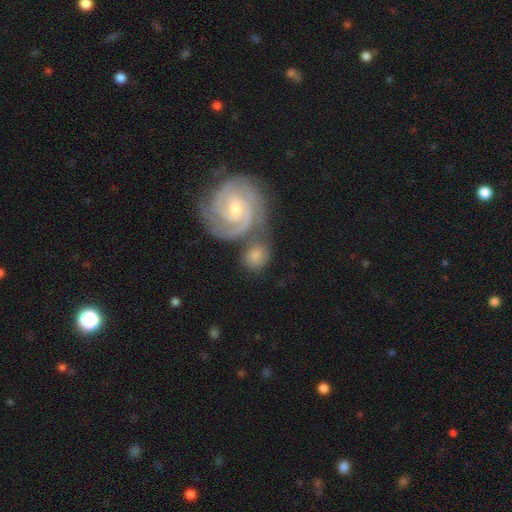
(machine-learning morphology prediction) This is possibly a featured or disk galaxy (48%). Merging: possibly none (46%).